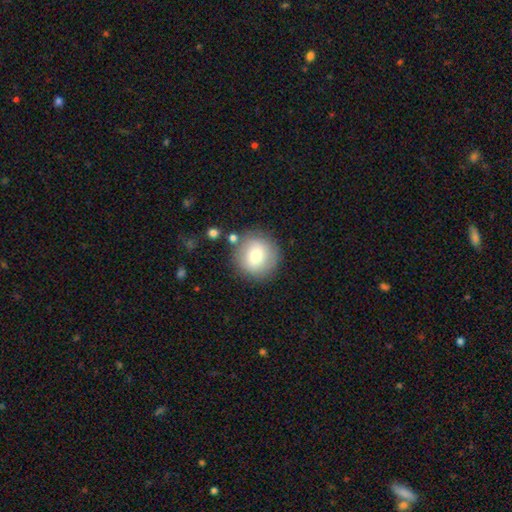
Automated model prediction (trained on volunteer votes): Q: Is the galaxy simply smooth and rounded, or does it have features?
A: smooth — 73%.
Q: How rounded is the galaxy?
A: round — 94%.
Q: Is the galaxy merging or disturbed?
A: none — 82%.